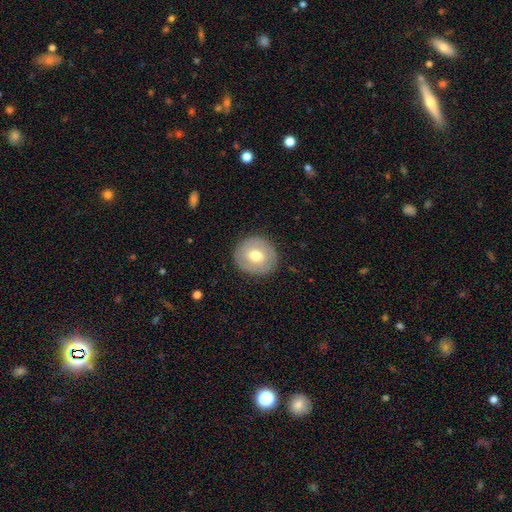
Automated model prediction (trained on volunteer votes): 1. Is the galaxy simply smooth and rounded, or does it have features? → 62% smooth, 31% featured or disk, 7% star or artifact.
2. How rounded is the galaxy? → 85% round, 14% in between, 1% cigar-shaped.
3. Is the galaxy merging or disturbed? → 88% none, 9% minor disturbance, 3% major disturbance, 1% merger.